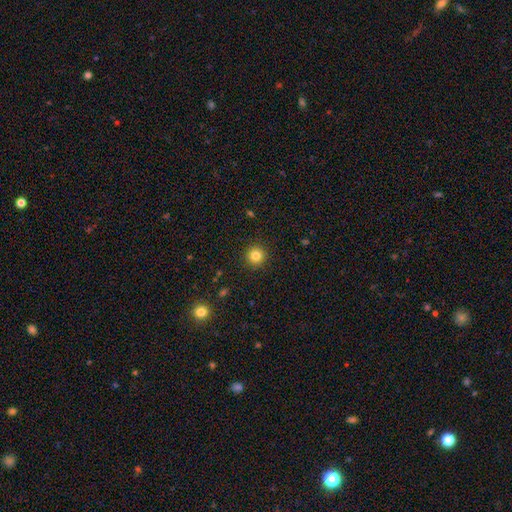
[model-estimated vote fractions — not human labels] smooth_or_featured: smooth (p=0.82) [alt: star or artifact p=0.12]
how_rounded: round (p=0.95) [alt: in between p=0.04]
merging: none (p=0.92) [alt: minor disturbance p=0.05]